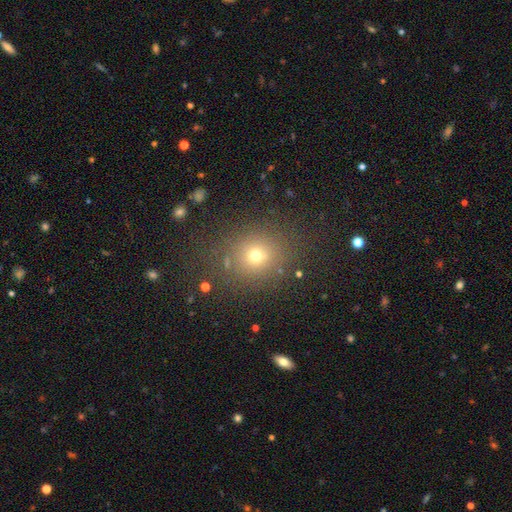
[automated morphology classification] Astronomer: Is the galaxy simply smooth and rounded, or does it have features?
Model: smooth — 69%.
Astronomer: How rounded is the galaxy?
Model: round — 78%.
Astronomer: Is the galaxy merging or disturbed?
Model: none — 80%.